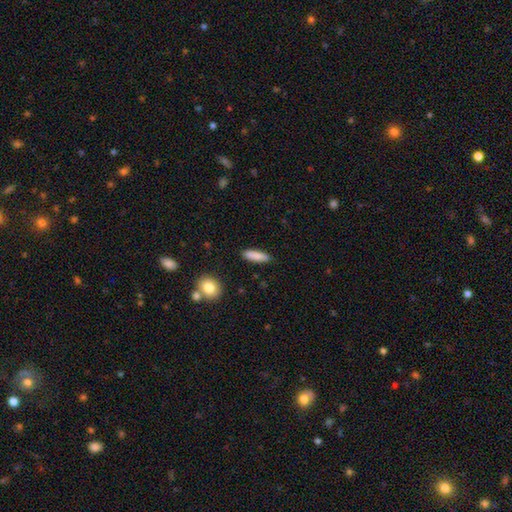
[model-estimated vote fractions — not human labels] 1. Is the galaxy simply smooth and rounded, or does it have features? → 85% smooth, 8% featured or disk, 6% star or artifact.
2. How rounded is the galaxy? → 61% cigar-shaped, 37% in between, 2% round.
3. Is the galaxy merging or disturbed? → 87% none, 9% minor disturbance, 2% major disturbance, 2% merger.